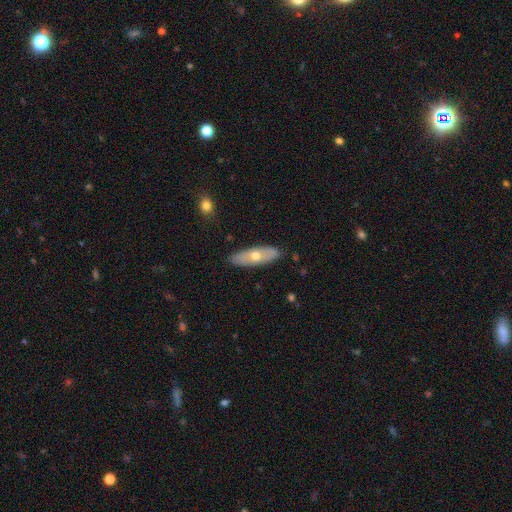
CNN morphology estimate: type=smooth (53%); roundness=in between (57%); merging=none (86%).